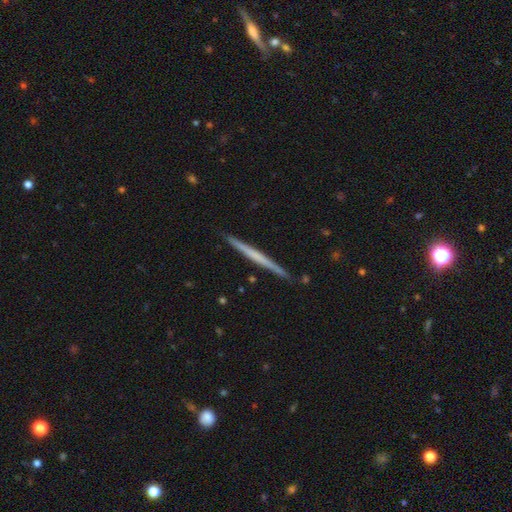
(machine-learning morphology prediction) smooth_or_featured: featured or disk (p=0.56) [alt: smooth p=0.39]
disk_edge_on: yes (p=0.98) [alt: no p=0.02]
edge_on_bulge: none (p=0.84) [alt: rounded p=0.11]
merging: none (p=0.91) [alt: minor disturbance p=0.07]